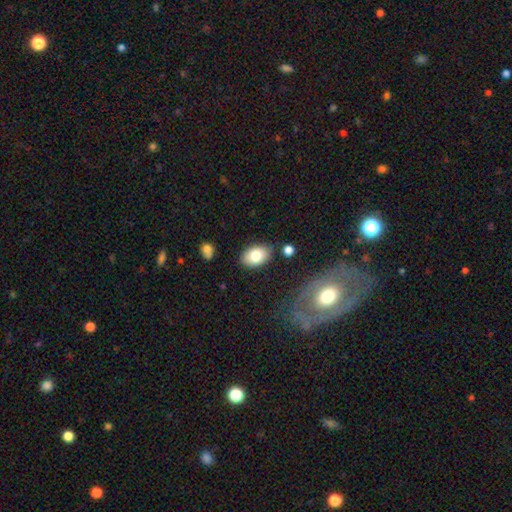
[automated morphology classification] A smooth galaxy with no disk features (81%) that is in between round and cigar-shaped (89%).

Vote fractions:
- Smooth or featured? smooth: 81% / featured or disk: 12% / star or artifact: 7%
- How rounded? in between: 89% / round: 10% / cigar-shaped: 1%
- Merging? none: 82% / minor disturbance: 12% / merger: 4% / major disturbance: 3%